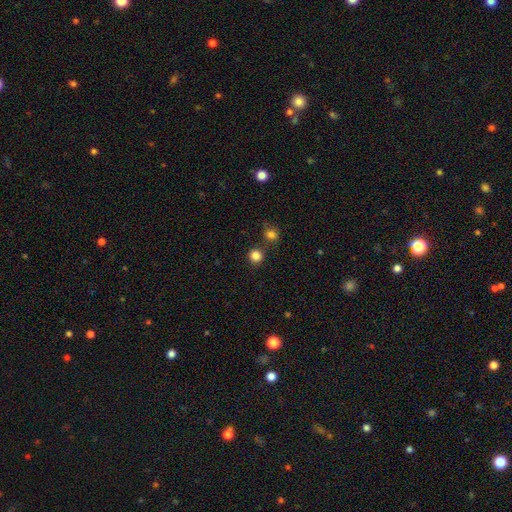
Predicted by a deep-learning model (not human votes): Smooth or featured: smooth — 83% (star or artifact — 13%)
How rounded: round — 90% (in between — 9%)
Merging: none — 78% (merger — 11%)